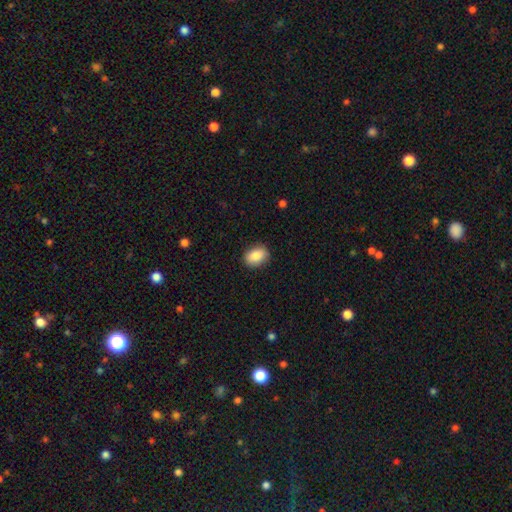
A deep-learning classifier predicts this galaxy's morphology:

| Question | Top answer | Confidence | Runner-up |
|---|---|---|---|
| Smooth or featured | smooth | 86% | star or artifact (8%) |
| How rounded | in between | 73% | round (26%) |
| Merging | none | 89% | minor disturbance (8%) |